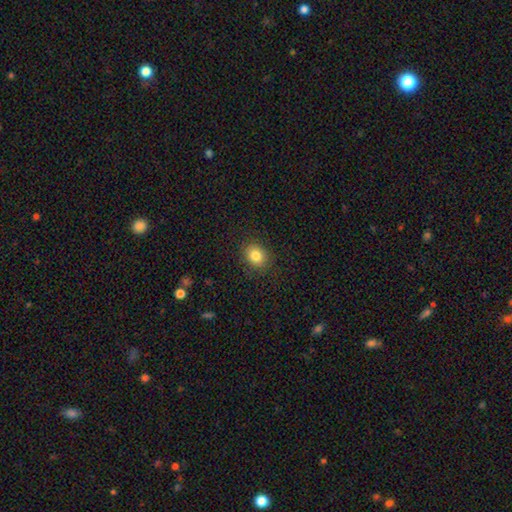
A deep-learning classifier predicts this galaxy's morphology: Overall: smooth (83%). How rounded: round (60%; in between 39%). Merging: none (88%).